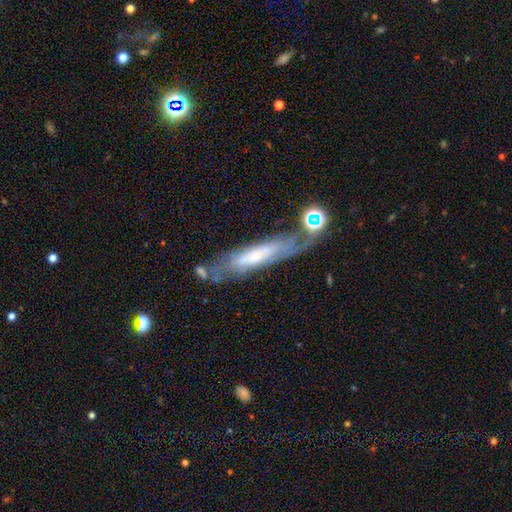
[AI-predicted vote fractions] Overall: featured or disk (60%; smooth 32%). Edge-on disk: no (57%; yes 43%). Merging: none (54%; minor disturbance 21%).